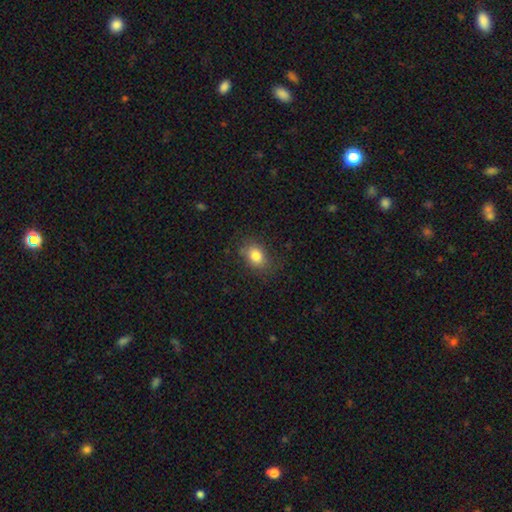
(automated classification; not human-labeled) smooth 82%, star or artifact 10%, featured or disk 8%. Down the decision tree: how rounded — in between (63%); merging — none (77%).